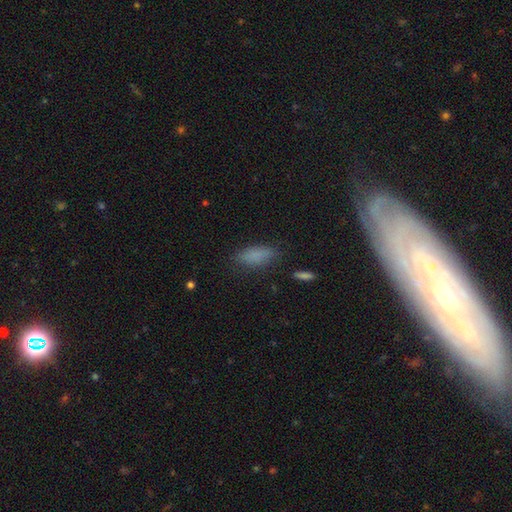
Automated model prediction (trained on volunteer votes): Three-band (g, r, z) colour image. It shows a smooth galaxy with no disk features (81%) that is in between round and cigar-shaped (76%). Merging: none (76%).